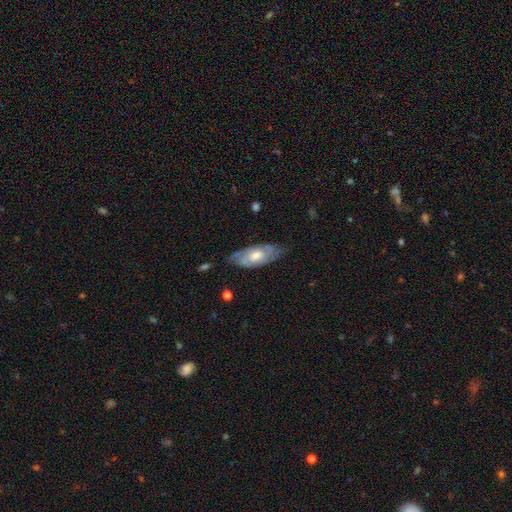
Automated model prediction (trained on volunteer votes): Smooth or featured? Predicted: featured or disk (p=0.61). Edge-on disk? Predicted: no (p=0.83). Bar? Predicted: no (p=0.68). Spiral arms? Predicted: yes (p=0.71). Bulge size? Predicted: moderate (p=0.60). Merging? Predicted: none (p=0.65).